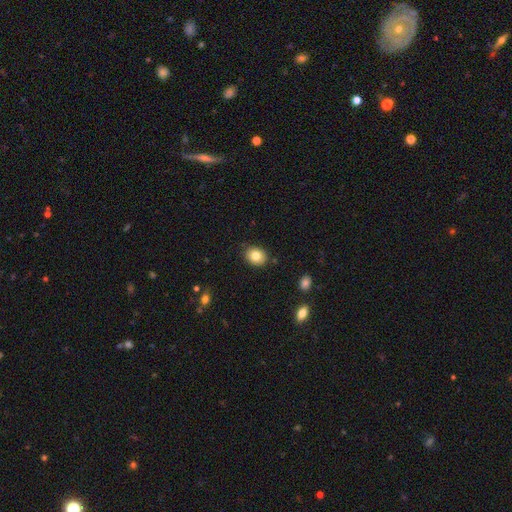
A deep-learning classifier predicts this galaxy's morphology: Q: Smooth or featured?
A: smooth (81%); runner-up: featured or disk (10%)
Q: How rounded?
A: round (50%); runner-up: in between (49%)
Q: Merging?
A: none (85%); runner-up: minor disturbance (11%)